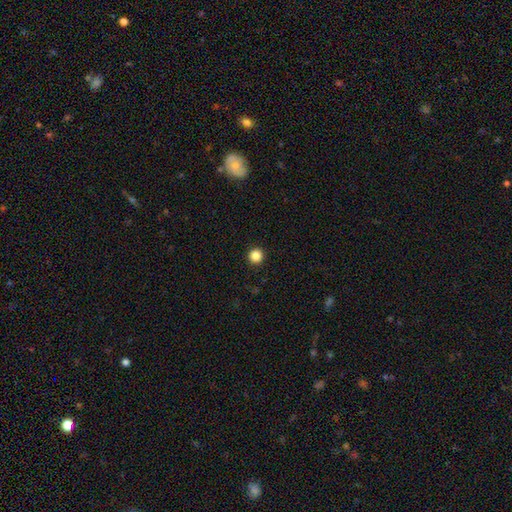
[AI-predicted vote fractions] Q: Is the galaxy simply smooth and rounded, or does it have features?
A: smooth — 86%.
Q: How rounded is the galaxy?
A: round — 96%.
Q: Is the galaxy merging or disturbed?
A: none — 94%.